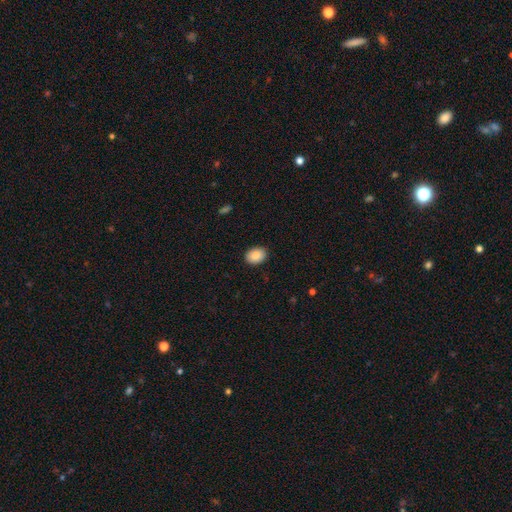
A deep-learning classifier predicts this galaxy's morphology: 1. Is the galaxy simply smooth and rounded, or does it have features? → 86% smooth, 8% star or artifact, 6% featured or disk.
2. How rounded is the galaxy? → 70% in between, 29% round, 1% cigar-shaped.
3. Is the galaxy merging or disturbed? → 90% none, 7% minor disturbance, 2% major disturbance, 1% merger.